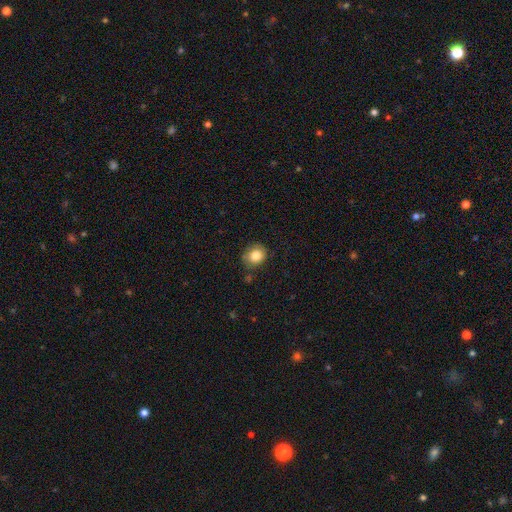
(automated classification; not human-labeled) Smooth or featured? smooth (84%)
How rounded? round (73%)
Merging? none (76%)